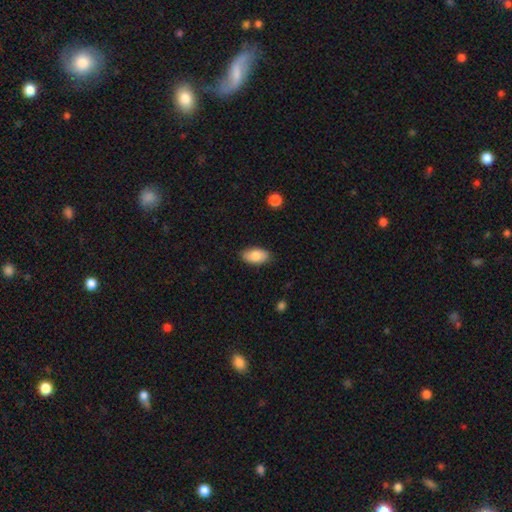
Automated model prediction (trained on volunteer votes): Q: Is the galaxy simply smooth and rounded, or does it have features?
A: smooth — 80%.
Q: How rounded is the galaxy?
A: in between — 93%.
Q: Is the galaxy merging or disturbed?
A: none — 85%.